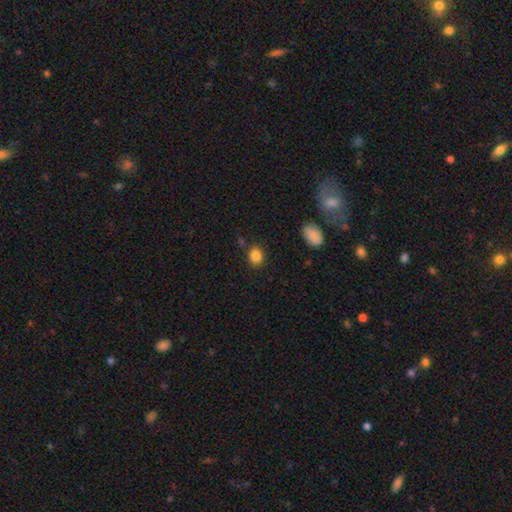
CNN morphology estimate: Overall: smooth (85%). How rounded: round (59%; in between 40%). Merging: none (82%).